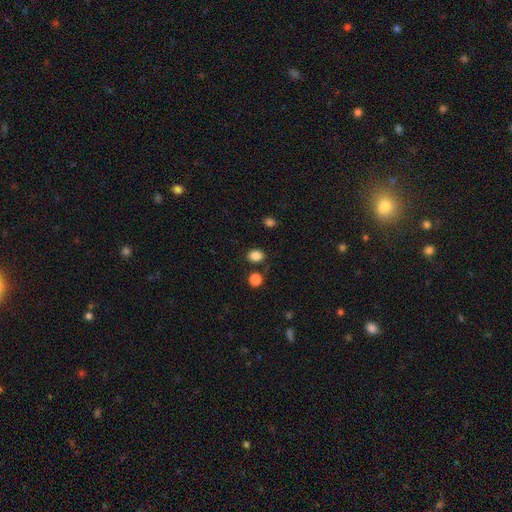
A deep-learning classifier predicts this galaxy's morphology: smooth 85%, star or artifact 11%, featured or disk 4%. Down the decision tree: how rounded — in between (56%); merging — none (78%).